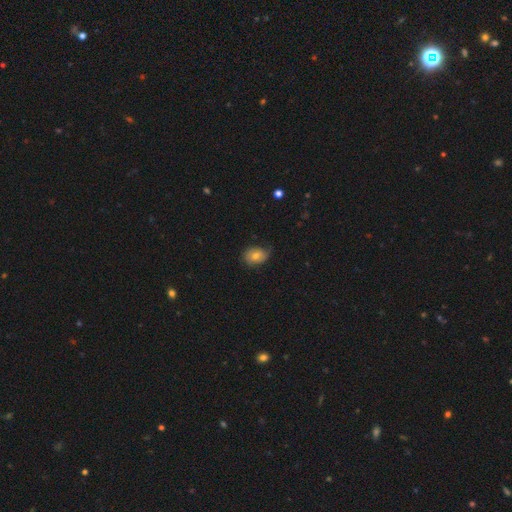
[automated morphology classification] A smooth galaxy with no disk features (69%) that is in between round and cigar-shaped (64%).

Vote fractions:
- Smooth or featured? smooth: 69% / featured or disk: 21% / star or artifact: 10%
- How rounded? in between: 64% / round: 35% / cigar-shaped: 1%
- Merging? none: 67% / minor disturbance: 26% / major disturbance: 5% / merger: 1%